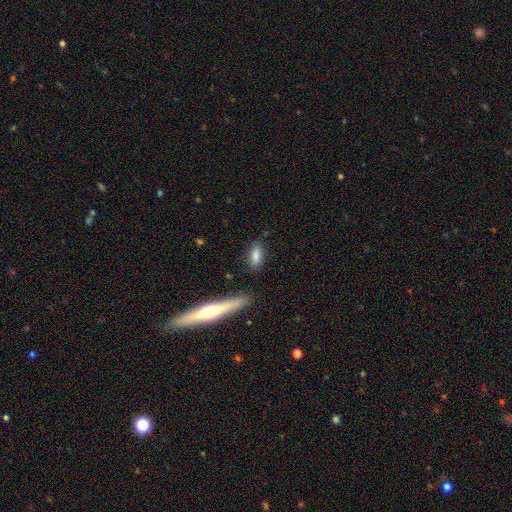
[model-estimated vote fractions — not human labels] Smooth or featured? smooth (83%)
How rounded? in between (73%)
Merging? none (81%)